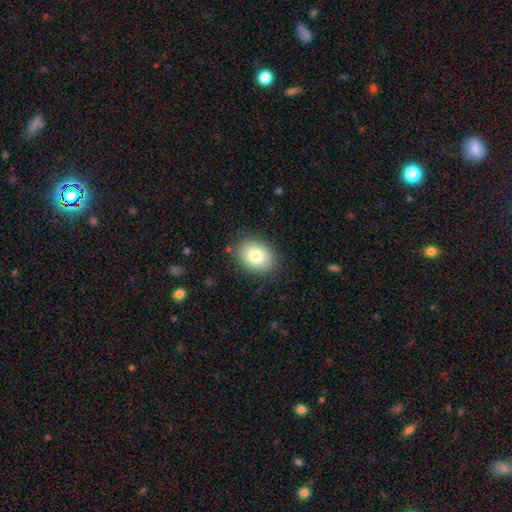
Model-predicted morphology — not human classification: The model was most divided on "how rounded": in between: 62%, round: 37%, cigar-shaped: 1%. More confident: merging — none (86%); smooth or featured — smooth (80%).